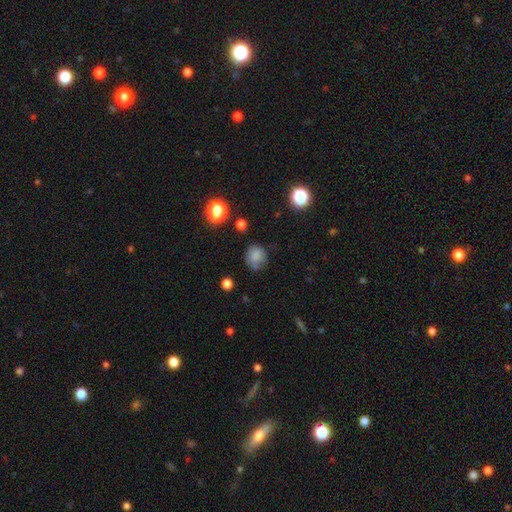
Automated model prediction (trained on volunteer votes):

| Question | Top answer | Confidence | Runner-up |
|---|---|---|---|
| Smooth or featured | smooth | 78% | star or artifact (13%) |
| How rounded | round | 78% | in between (21%) |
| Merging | none | 63% | minor disturbance (25%) |